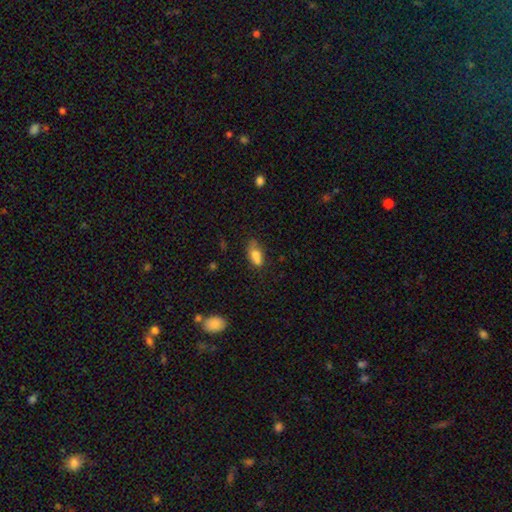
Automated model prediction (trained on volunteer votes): Overall: smooth (73%). How rounded: in between (84%). Merging: none (41%; minor disturbance 28%).